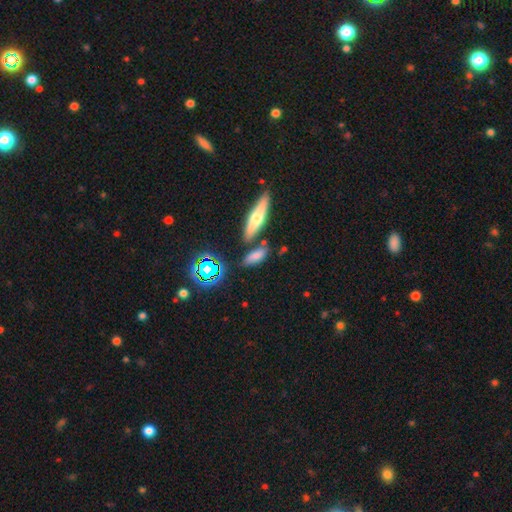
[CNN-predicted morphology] smooth-or-featured: smooth: 68% | star or artifact: 17% | featured or disk: 14%
  how-rounded: in between: 73% | cigar-shaped: 20% | round: 7%
  merging: none: 69% | minor disturbance: 14% | merger: 14% | major disturbance: 4%